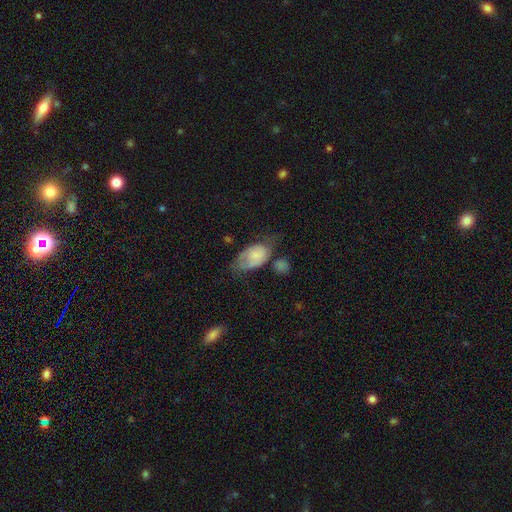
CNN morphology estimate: type=smooth (68%); roundness=in between (90%); merging=minor disturbance (31%).